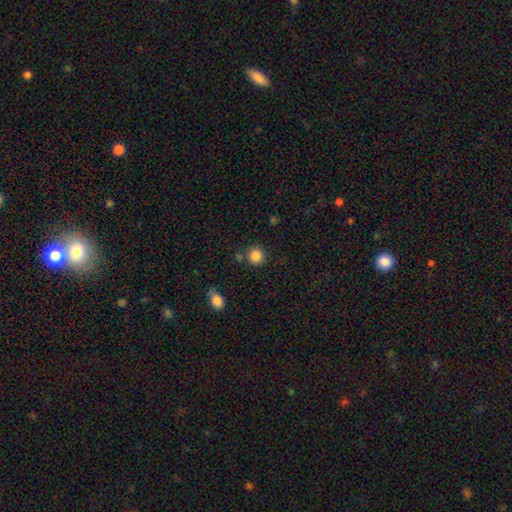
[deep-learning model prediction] Overall: smooth (86%). How rounded: round (92%). Merging: none (82%).